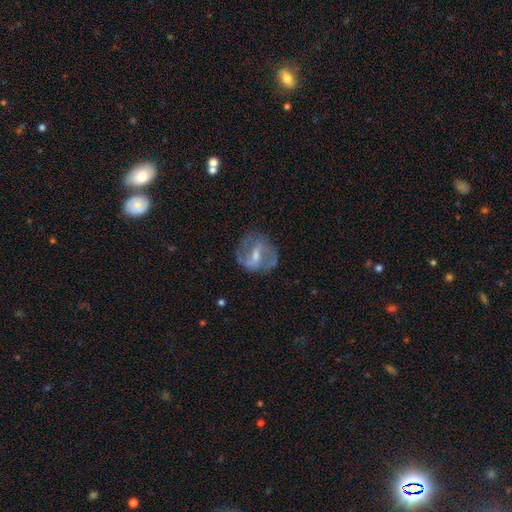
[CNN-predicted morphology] smooth_or_featured: featured or disk (p=0.77) [alt: smooth p=0.16]
disk_edge_on: no (p=0.96) [alt: yes p=0.04]
bar: weak (p=0.48) [alt: strong p=0.36]
has_spiral_arms: yes (p=0.84) [alt: no p=0.16]
spiral_winding: medium (p=0.49) [alt: loose p=0.29]
spiral_arm_count: 2 (p=0.79) [alt: can't tell p=0.12]
bulge_size: moderate (p=0.48) [alt: small p=0.41]
merging: none (p=0.71) [alt: minor disturbance p=0.18]